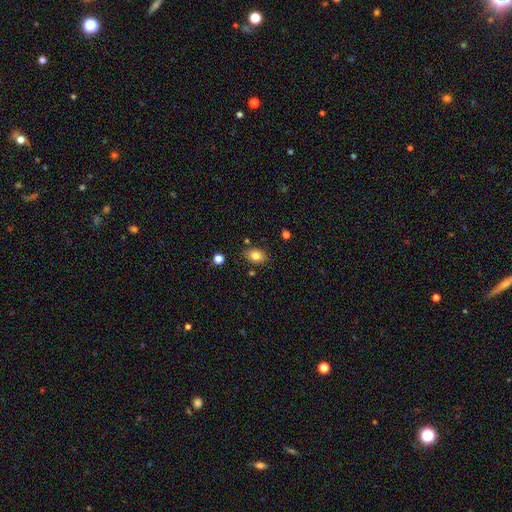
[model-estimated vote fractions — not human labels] This is clearly a smooth galaxy (81%). How rounded: likely in between (72%). Merging: clearly none (82%).